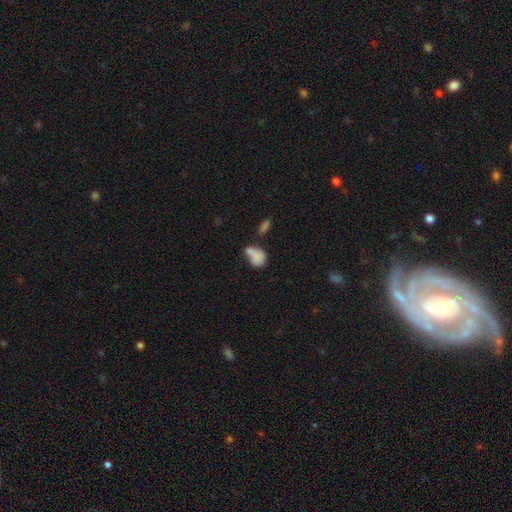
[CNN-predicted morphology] The model was most divided on "merging": merger: 41%, none: 26%, minor disturbance: 18%, major disturbance: 15%. More confident: smooth or featured — smooth (76%); how rounded — in between (71%).